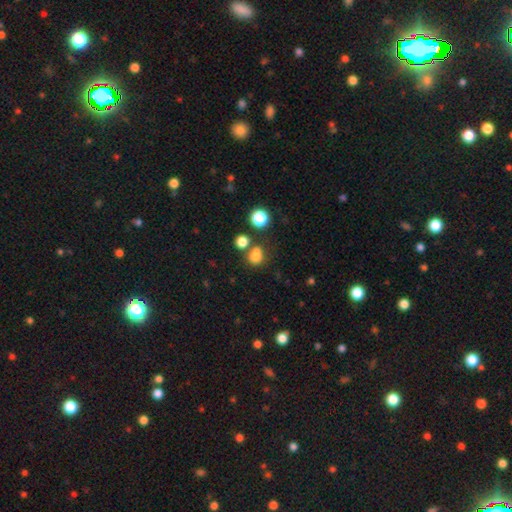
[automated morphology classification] type=smooth (75%); roundness=round (78%); merging=none (56%).